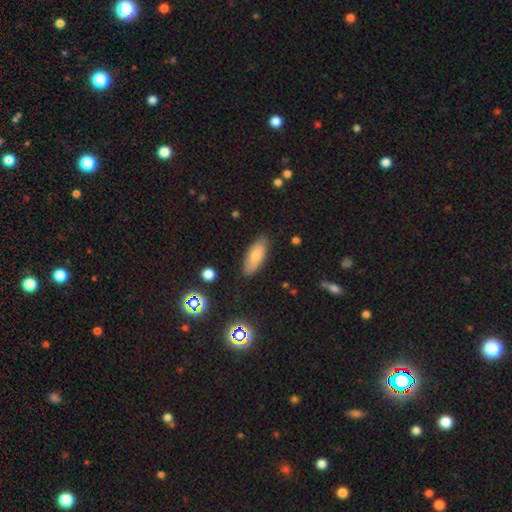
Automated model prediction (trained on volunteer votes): smooth 73%, featured or disk 19%, star or artifact 8%. Down the decision tree: how rounded — in between (81%); merging — none (80%).